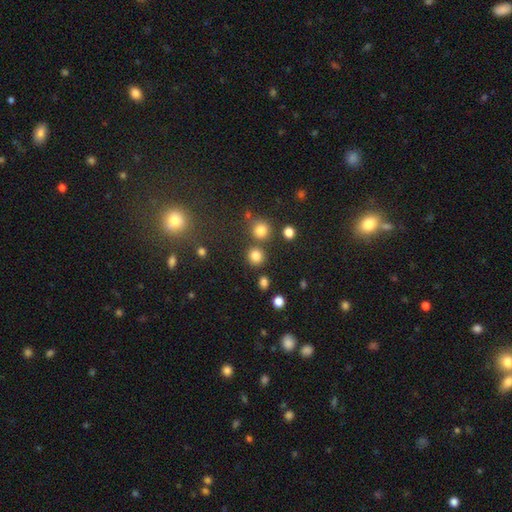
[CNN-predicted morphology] Smooth or featured?
  - smooth: 80% *
  - star or artifact: 14%
  - featured or disk: 5%
How rounded?
  - round: 89% *
  - in between: 10%
  - cigar-shaped: 1%
Merging?
  - none: 79% *
  - merger: 11%
  - minor disturbance: 7%
  - major disturbance: 3%